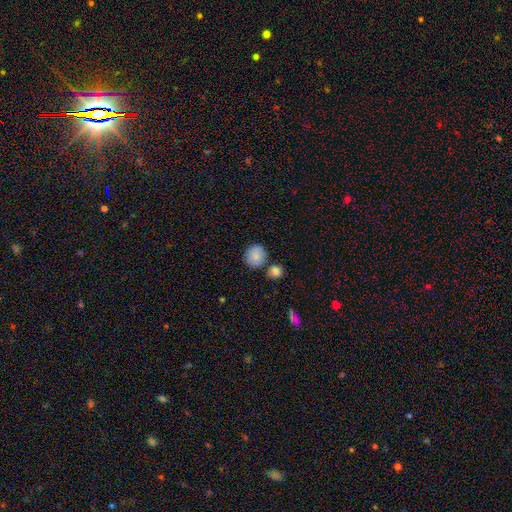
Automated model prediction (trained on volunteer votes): smooth-or-featured: smooth: 85% | star or artifact: 8% | featured or disk: 7%
  how-rounded: round: 90% | in between: 9% | cigar-shaped: 1%
  merging: none: 72% | merger: 14% | minor disturbance: 11% | major disturbance: 3%